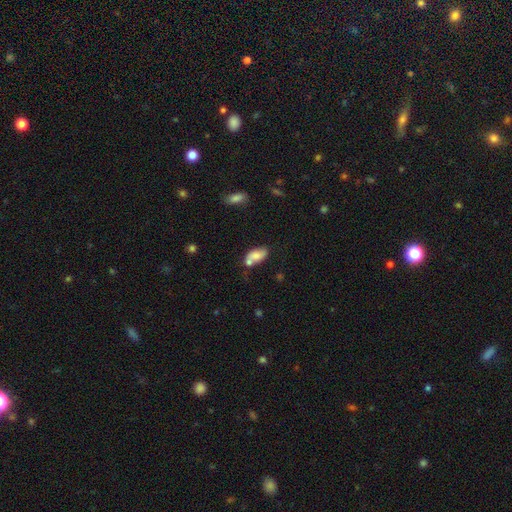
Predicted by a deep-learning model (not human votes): smooth-or-featured: smooth: 66% | featured or disk: 25% | star or artifact: 9%
  how-rounded: in between: 90% | cigar-shaped: 5% | round: 5%
  merging: none: 44% | merger: 28% | minor disturbance: 21% | major disturbance: 7%